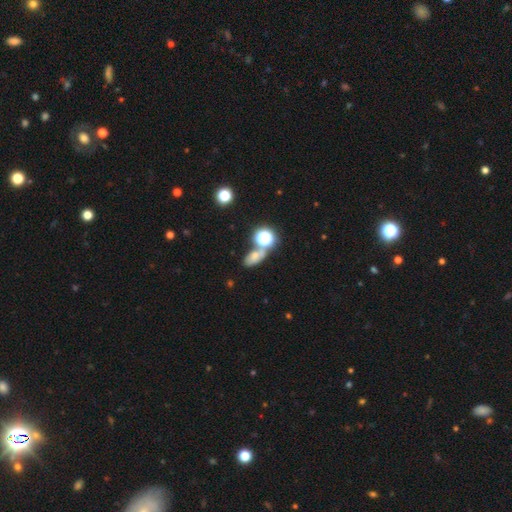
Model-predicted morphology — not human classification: A smooth galaxy with no disk features (58%) that is in between round and cigar-shaped (72%). Merging: none (53%).